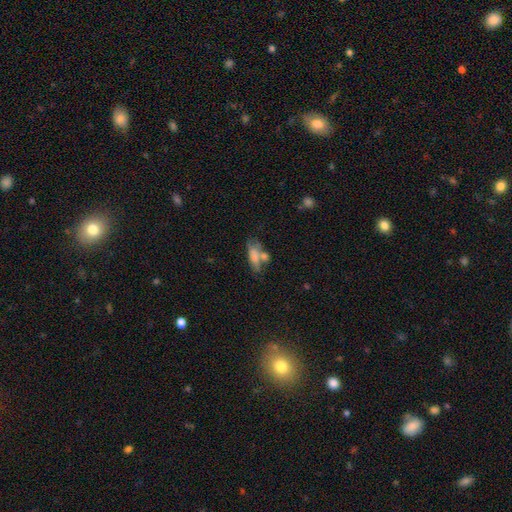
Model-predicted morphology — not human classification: A smooth galaxy with no disk features (69%) that is in between round and cigar-shaped (62%). Merging: merger (38%).